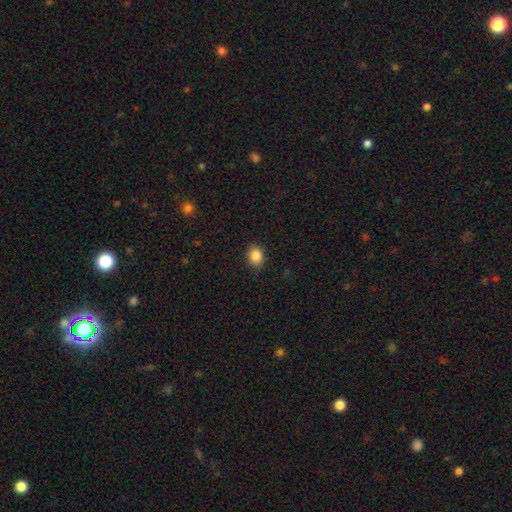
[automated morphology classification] smooth-or-featured: smooth: 87% | star or artifact: 9% | featured or disk: 4%
  how-rounded: round: 51% | in between: 48% | cigar-shaped: 1%
  merging: none: 89% | minor disturbance: 8% | major disturbance: 2% | merger: 1%